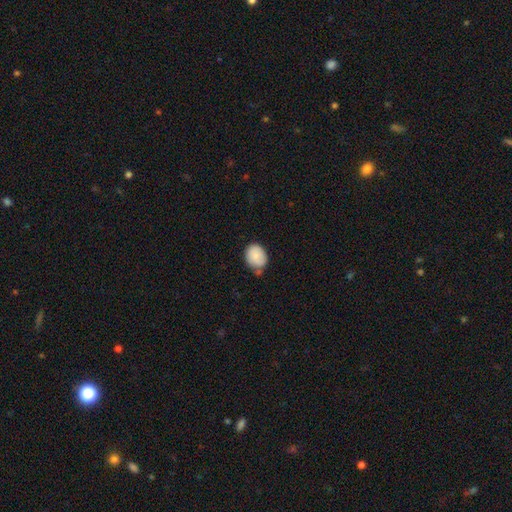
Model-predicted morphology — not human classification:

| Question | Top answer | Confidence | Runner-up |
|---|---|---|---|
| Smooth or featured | smooth | 84% | featured or disk (9%) |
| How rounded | in between | 53% | round (46%) |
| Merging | none | 61% | minor disturbance (27%) |